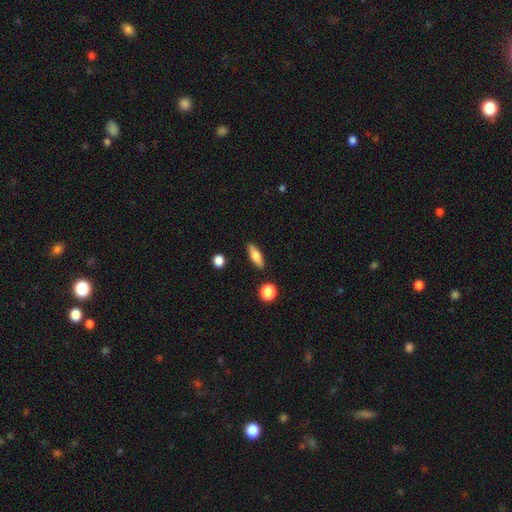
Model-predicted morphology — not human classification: smooth-or-featured: smooth: 69% | featured or disk: 24% | star or artifact: 7%
  how-rounded: in between: 54% | cigar-shaped: 41% | round: 4%
  merging: none: 87% | minor disturbance: 9% | merger: 2% | major disturbance: 2%